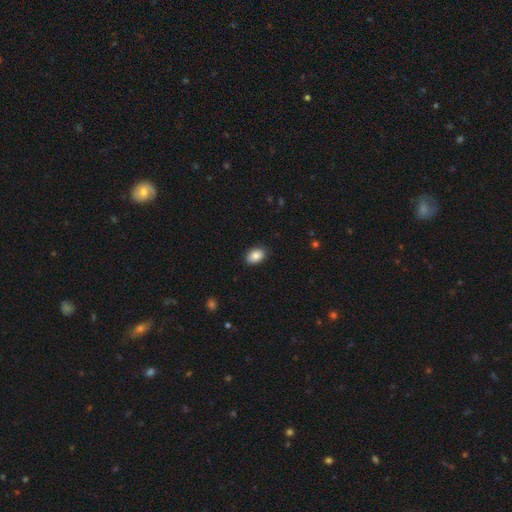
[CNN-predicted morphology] type=smooth (87%); roundness=in between (85%); merging=none (86%).